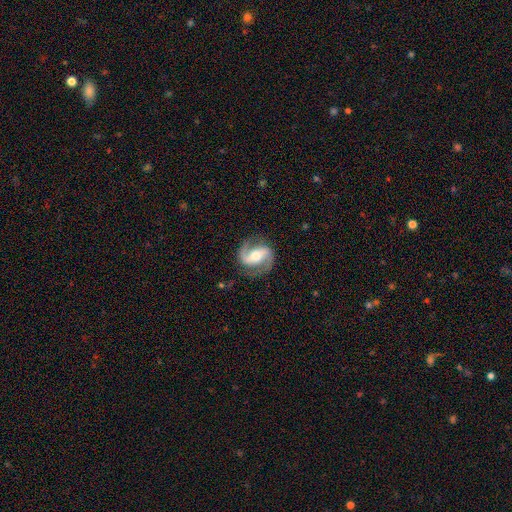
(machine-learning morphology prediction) Smooth or featured: featured or disk — 90% (smooth — 6%)
Edge-on disk: no — 97% (yes — 3%)
Bar: strong — 39% (weak — 37%)
Spiral arms: yes — 97% (no — 3%)
Spiral winding: medium — 54% (loose — 29%)
Spiral arm count: 2 — 94% (can't tell — 2%)
Bulge size: moderate — 67% (small — 20%)
Merging: none — 83% (minor disturbance — 11%)